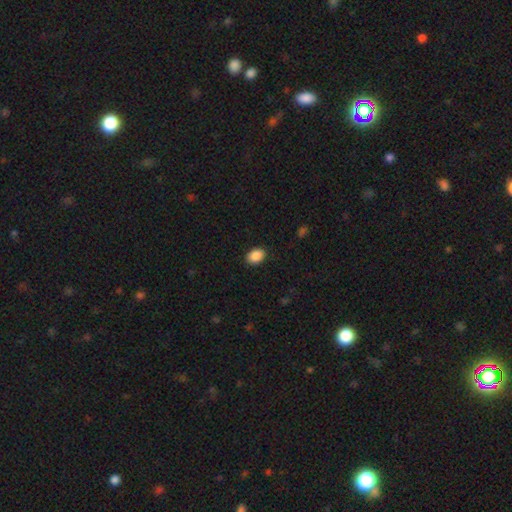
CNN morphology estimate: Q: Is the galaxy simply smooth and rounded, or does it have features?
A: smooth — 90%.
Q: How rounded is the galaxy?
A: in between — 77%.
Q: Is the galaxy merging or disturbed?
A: none — 89%.